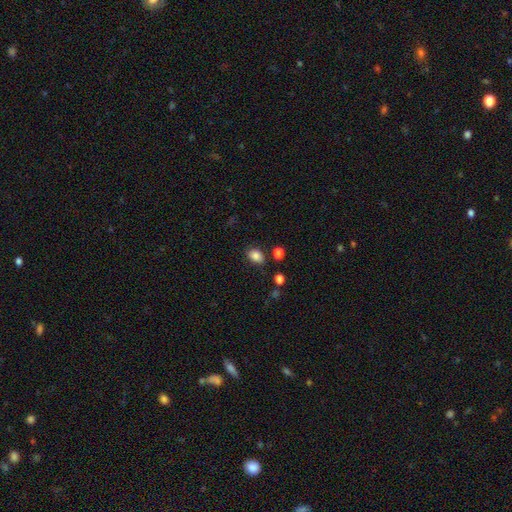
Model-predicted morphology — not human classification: type=smooth (84%); roundness=in between (77%); merging=none (80%).